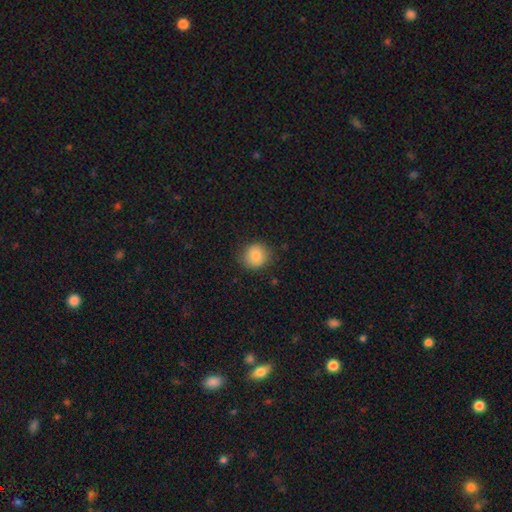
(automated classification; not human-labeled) A smooth galaxy with no disk features (85%) that is round (88%). Merging: none (85%).